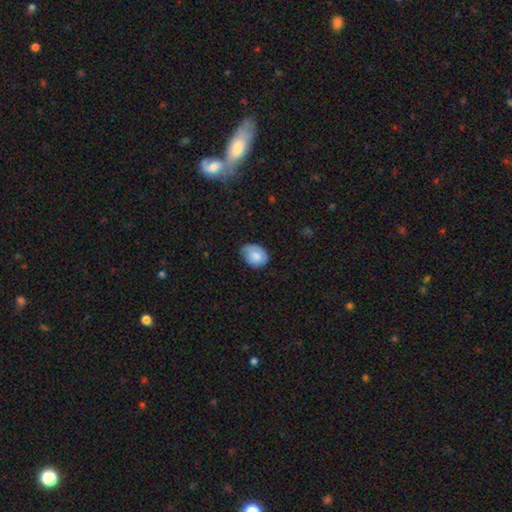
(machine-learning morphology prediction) This is likely a smooth galaxy (76%). How rounded: likely in between (61%). Merging: possibly none (55%).